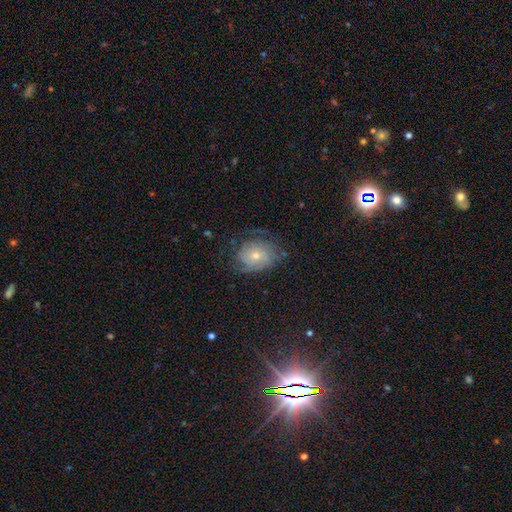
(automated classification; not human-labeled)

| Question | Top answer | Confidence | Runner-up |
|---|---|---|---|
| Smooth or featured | featured or disk | 57% | smooth (26%) |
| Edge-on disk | no | 96% | yes (4%) |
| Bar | no | 81% | weak (15%) |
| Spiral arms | yes | 82% | no (18%) |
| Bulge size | small | 57% | moderate (39%) |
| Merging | none | 66% | minor disturbance (20%) |